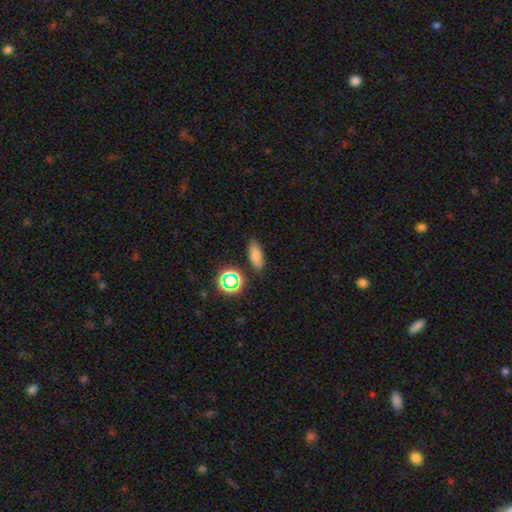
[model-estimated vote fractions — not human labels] Q: Smooth or featured?
A: smooth (74%); runner-up: star or artifact (17%)
Q: How rounded?
A: in between (72%); runner-up: cigar-shaped (21%)
Q: Merging?
A: none (81%); runner-up: minor disturbance (12%)